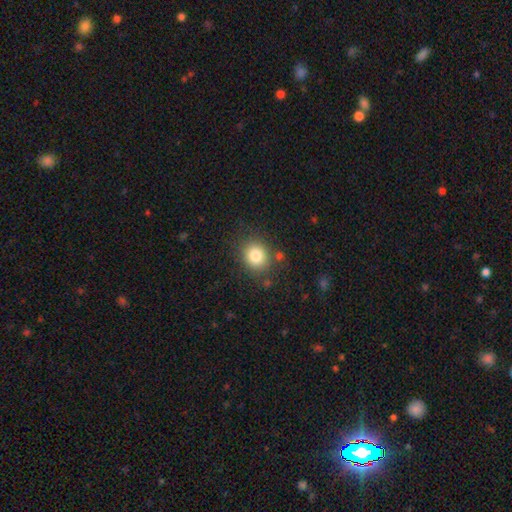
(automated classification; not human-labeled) Q: Smooth or featured?
A: smooth (82%); runner-up: star or artifact (11%)
Q: How rounded?
A: round (73%); runner-up: in between (26%)
Q: Merging?
A: none (83%); runner-up: minor disturbance (10%)